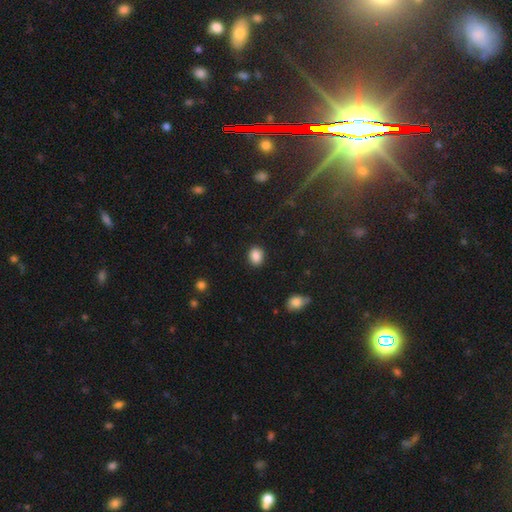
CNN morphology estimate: This appears to be a smooth galaxy with no disk features (87%) that is round (50%). Merging: none (88%).